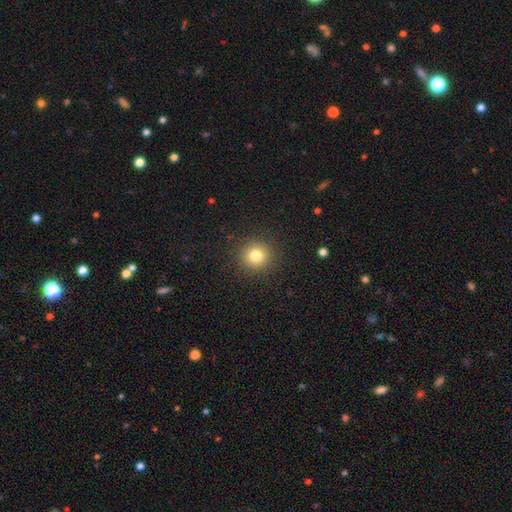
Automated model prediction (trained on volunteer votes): A smooth galaxy with no disk features (80%) that is round (93%).

Vote fractions:
- Smooth or featured? smooth: 80% / star or artifact: 13% / featured or disk: 8%
- How rounded? round: 93% / in between: 6% / cigar-shaped: 1%
- Merging? none: 90% / minor disturbance: 6% / major disturbance: 3% / merger: 1%